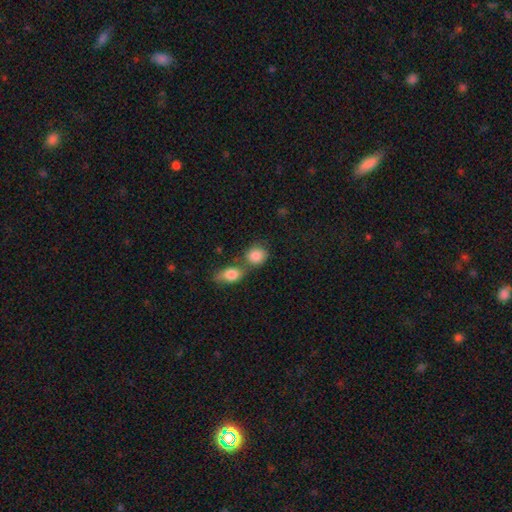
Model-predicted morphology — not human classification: type=smooth (84%); roundness=round (65%); merging=none (44%).